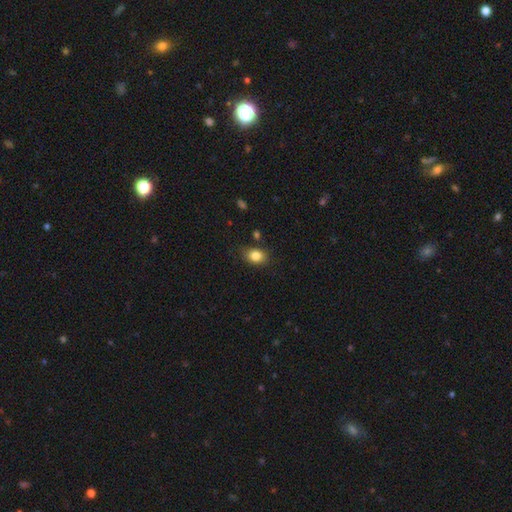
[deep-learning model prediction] This appears to be a smooth galaxy with no disk features (84%) that is in between round and cigar-shaped (66%). Merging: none (78%).